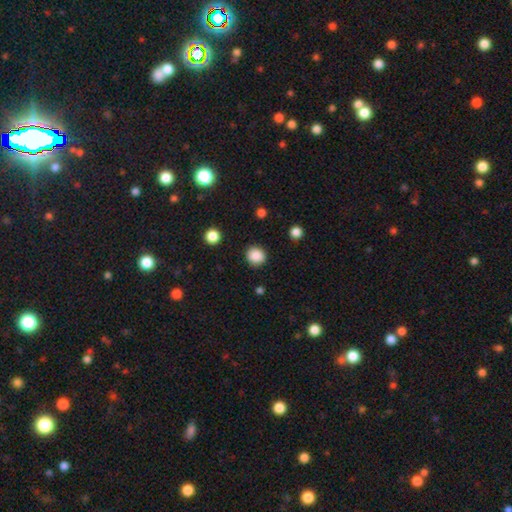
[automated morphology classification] Smooth or featured?
  - smooth: 87% *
  - star or artifact: 10%
  - featured or disk: 3%
How rounded?
  - round: 88% *
  - in between: 11%
  - cigar-shaped: 1%
Merging?
  - none: 89% *
  - minor disturbance: 7%
  - major disturbance: 2%
  - merger: 1%